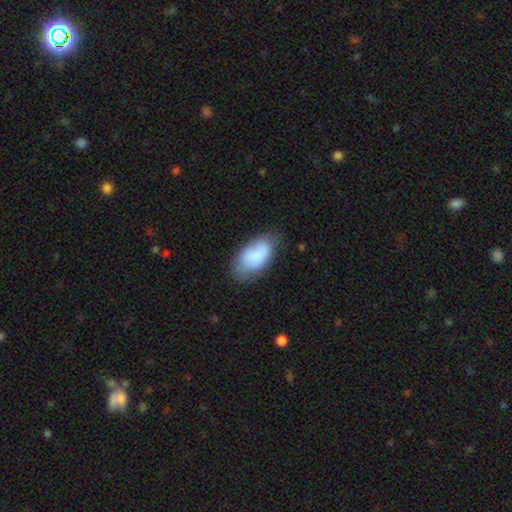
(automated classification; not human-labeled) Smooth or featured: smooth — 80% (featured or disk — 13%)
How rounded: in between — 94% (round — 3%)
Merging: none — 66% (minor disturbance — 24%)